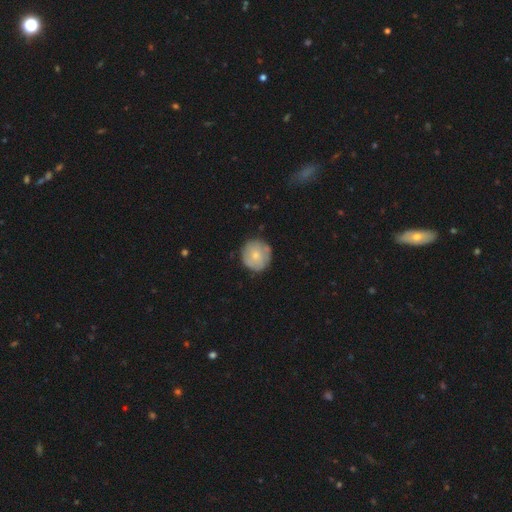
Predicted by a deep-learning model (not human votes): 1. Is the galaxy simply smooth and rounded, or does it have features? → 67% smooth, 27% featured or disk, 6% star or artifact.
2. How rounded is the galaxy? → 92% round, 7% in between, 1% cigar-shaped.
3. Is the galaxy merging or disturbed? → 79% none, 16% minor disturbance, 3% major disturbance, 2% merger.